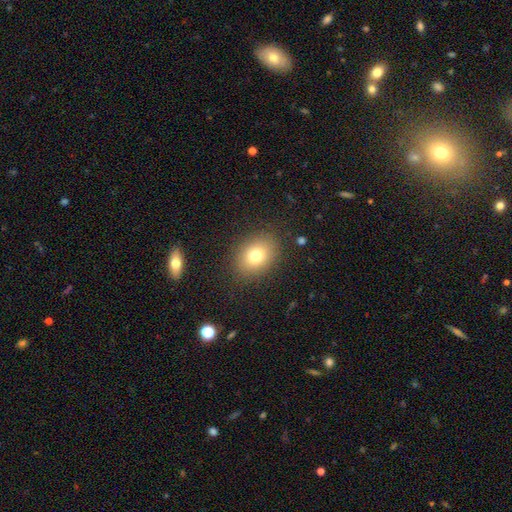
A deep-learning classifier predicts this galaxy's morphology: This appears to be a smooth galaxy with no disk features (76%) that is in between round and cigar-shaped (56%). Merging: none (86%).